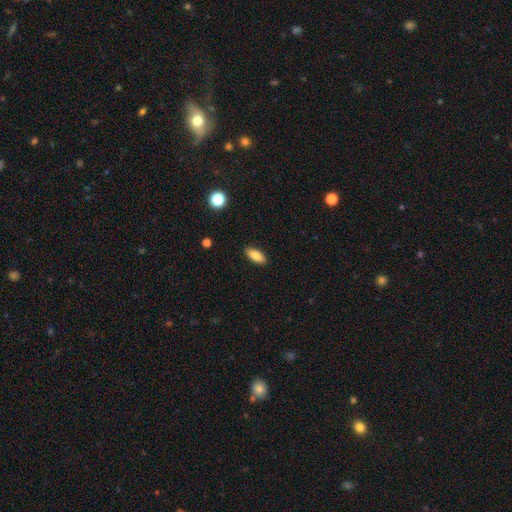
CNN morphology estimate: smooth_or_featured: smooth (p=0.84) [alt: featured or disk p=0.08]
how_rounded: in between (p=0.78) [alt: cigar-shaped p=0.20]
merging: none (p=0.89) [alt: minor disturbance p=0.08]